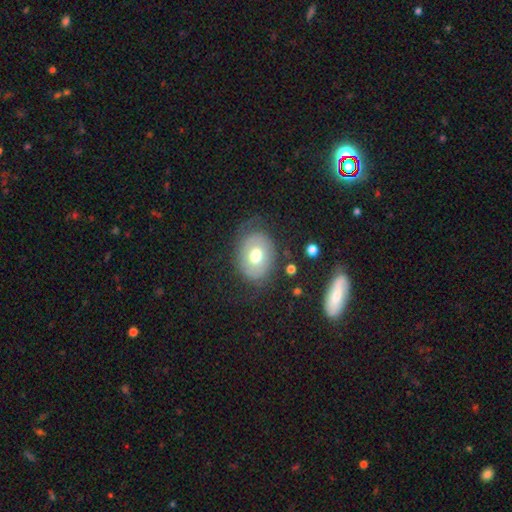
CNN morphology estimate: Smooth or featured? Predicted: smooth (p=0.51). How rounded? Predicted: in between (p=0.60). Merging? Predicted: none (p=0.65).